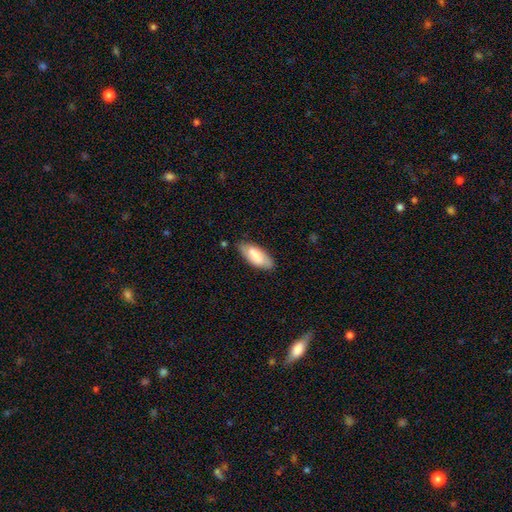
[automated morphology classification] smooth 70%, featured or disk 24%, star or artifact 6%. Down the decision tree: how rounded — in between (84%); merging — none (78%).